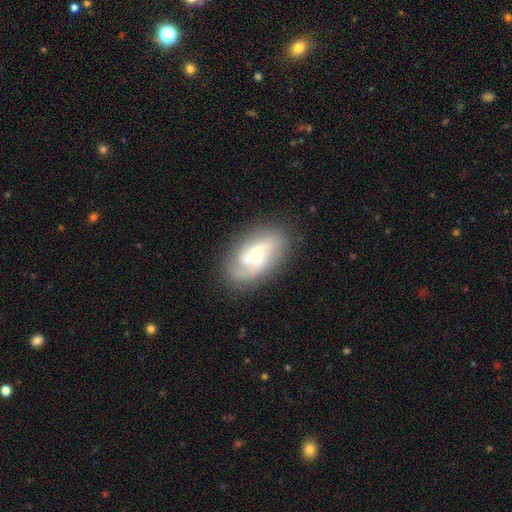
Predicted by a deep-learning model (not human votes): smooth_or_featured: featured or disk (p=0.73) [alt: smooth p=0.20]
disk_edge_on: no (p=0.95) [alt: yes p=0.05]
bar: no (p=0.55) [alt: weak p=0.37]
has_spiral_arms: yes (p=0.90) [alt: no p=0.10]
spiral_winding: medium (p=0.44) [alt: loose p=0.33]
spiral_arm_count: 2 (p=0.57) [alt: can't tell p=0.18]
bulge_size: small (p=0.55) [alt: moderate p=0.37]
merging: none (p=0.73) [alt: minor disturbance p=0.16]